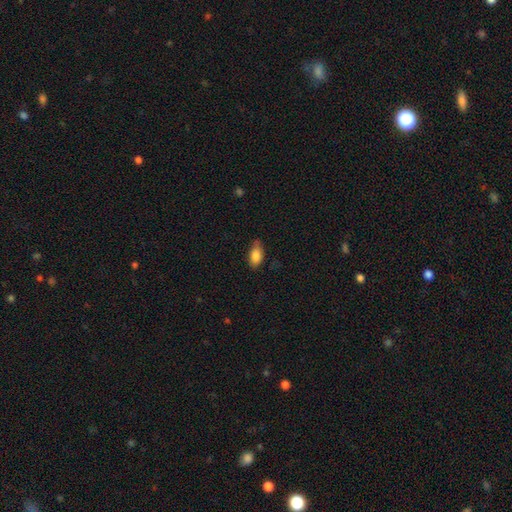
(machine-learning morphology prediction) Smooth or featured? Predicted: smooth (p=0.84). How rounded? Predicted: in between (p=0.89). Merging? Predicted: none (p=0.67).